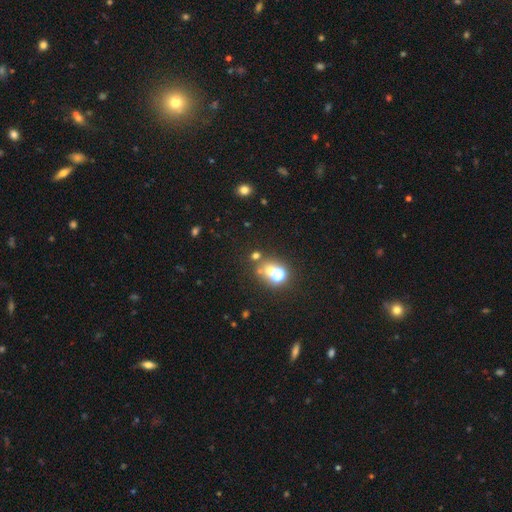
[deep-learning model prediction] This appears to be a star or artifact, not a galaxy (46%).